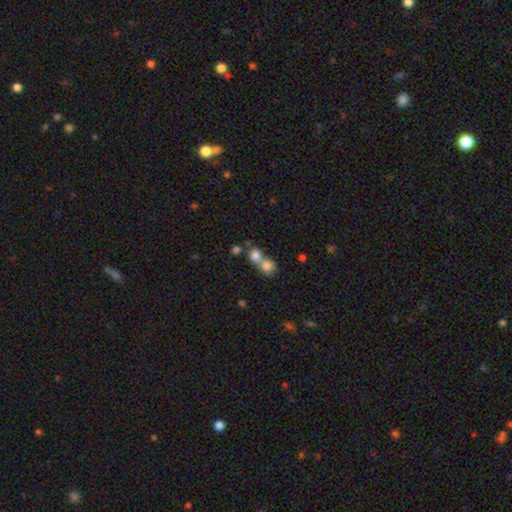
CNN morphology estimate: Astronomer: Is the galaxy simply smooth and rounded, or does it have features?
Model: smooth — 79%.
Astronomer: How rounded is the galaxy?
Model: round — 76%.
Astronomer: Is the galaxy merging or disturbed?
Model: merger — 62%.